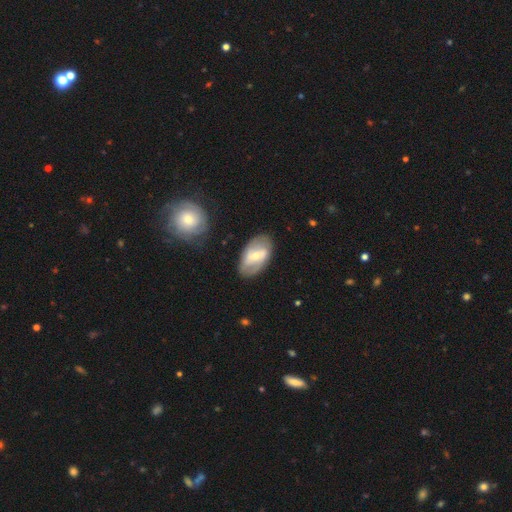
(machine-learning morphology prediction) Smooth or featured?
  - featured or disk: 64% *
  - smooth: 30%
  - star or artifact: 6%
Edge-on disk?
  - no: 93% *
  - yes: 7%
Bar?
  - weak: 42% *
  - strong: 36%
  - no: 22%
Spiral arms?
  - yes: 68% *
  - no: 32%
Bulge size?
  - small: 49% *
  - moderate: 46%
  - large: 3%
  - none: 1%
  - dominant: 1%
Merging?
  - none: 78% *
  - minor disturbance: 15%
  - major disturbance: 4%
  - merger: 2%